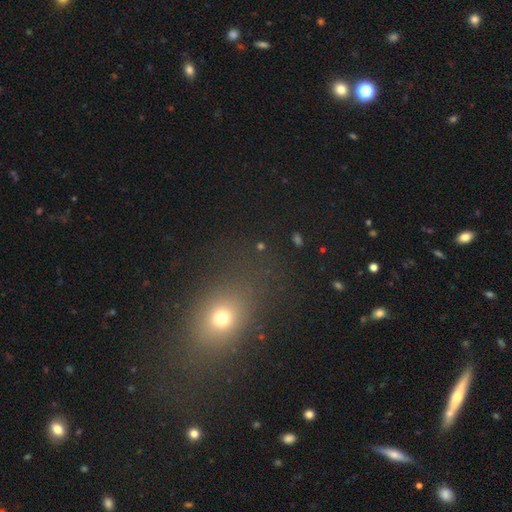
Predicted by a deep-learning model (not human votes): Smooth or featured? Predicted: smooth (p=0.57). How rounded? Predicted: in between (p=0.52). Merging? Predicted: none (p=0.83).